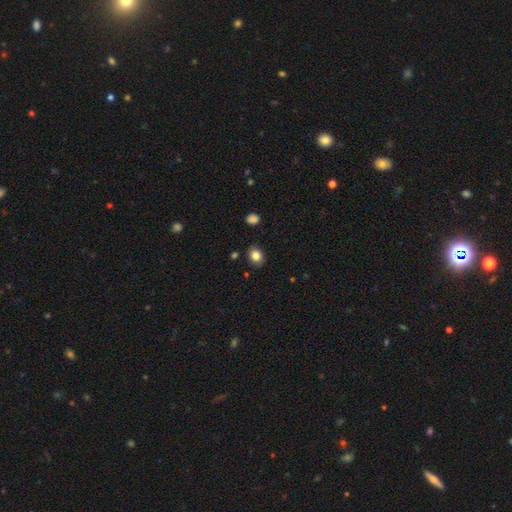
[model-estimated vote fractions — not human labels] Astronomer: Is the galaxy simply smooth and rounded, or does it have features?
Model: smooth — 84%.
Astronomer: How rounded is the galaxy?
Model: round — 52% (runner-up: in between, 47%).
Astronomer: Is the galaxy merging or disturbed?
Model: none — 87%.